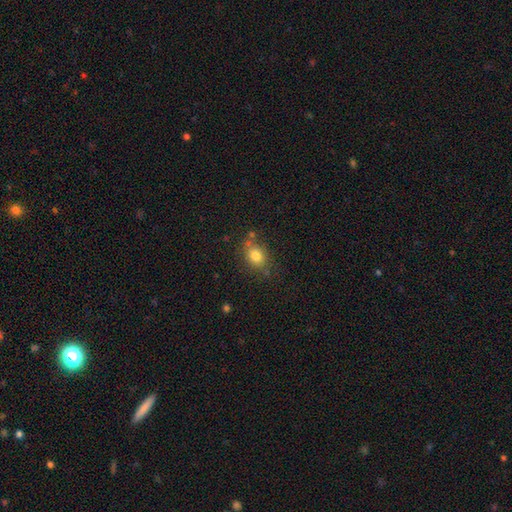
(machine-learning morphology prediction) The model was most divided on "how rounded": in between: 60%, round: 39%, cigar-shaped: 1%. More confident: smooth or featured — smooth (79%); merging — none (70%).